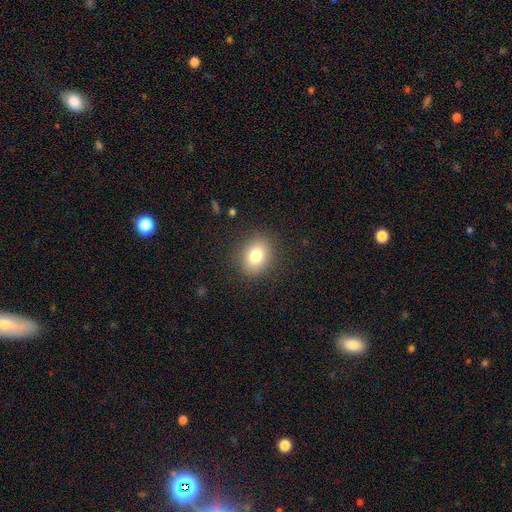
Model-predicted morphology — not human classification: Smooth or featured? Predicted: smooth (p=0.79). How rounded? Predicted: round (p=0.50). Merging? Predicted: none (p=0.87).